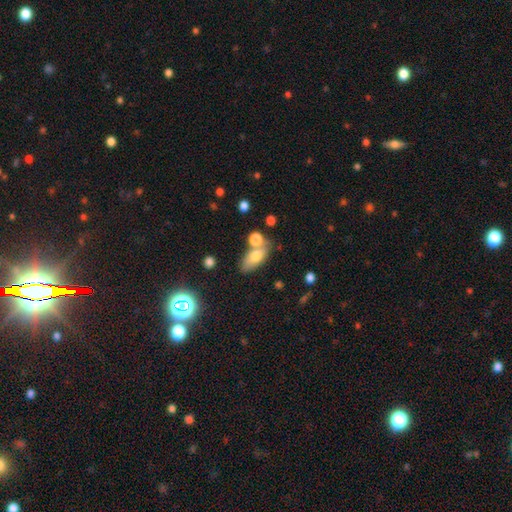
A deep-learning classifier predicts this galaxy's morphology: This is likely a smooth galaxy (72%). How rounded: clearly in between (81%). Merging: possibly none (56%).